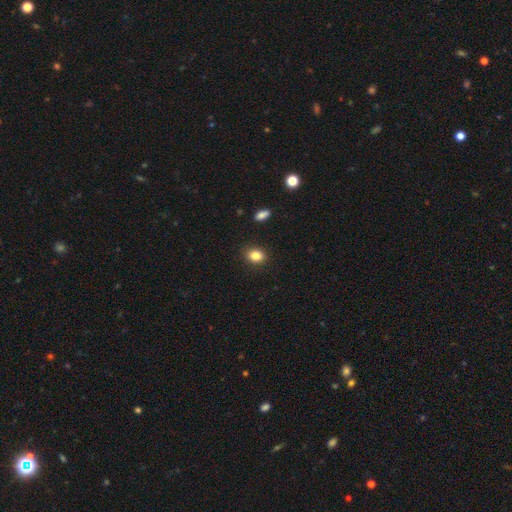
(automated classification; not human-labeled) smooth-or-featured: smooth: 85% | star or artifact: 10% | featured or disk: 5%
  how-rounded: in between: 53% | round: 46% | cigar-shaped: 1%
  merging: none: 89% | minor disturbance: 8% | major disturbance: 2% | merger: 1%